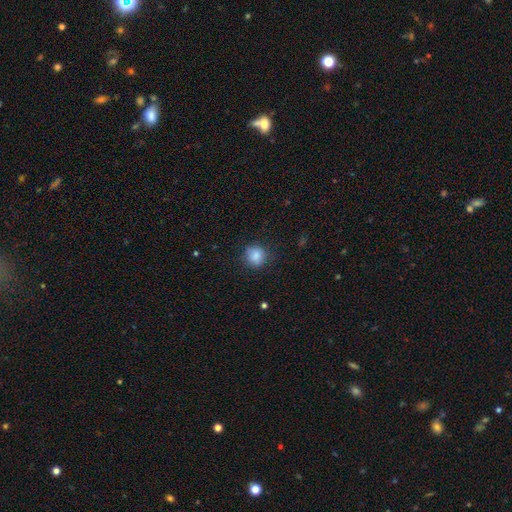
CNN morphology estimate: Q: Smooth or featured?
A: smooth (85%); runner-up: star or artifact (9%)
Q: How rounded?
A: round (79%); runner-up: in between (19%)
Q: Merging?
A: none (78%); runner-up: minor disturbance (16%)